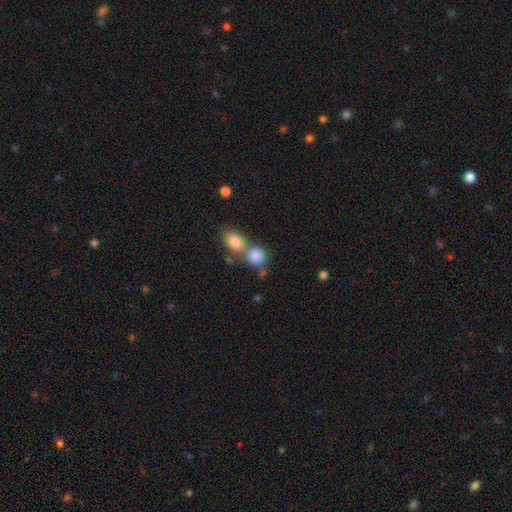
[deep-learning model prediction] Smooth or featured? Predicted: smooth (p=0.84). How rounded? Predicted: round (p=0.63). Merging? Predicted: merger (p=0.51).